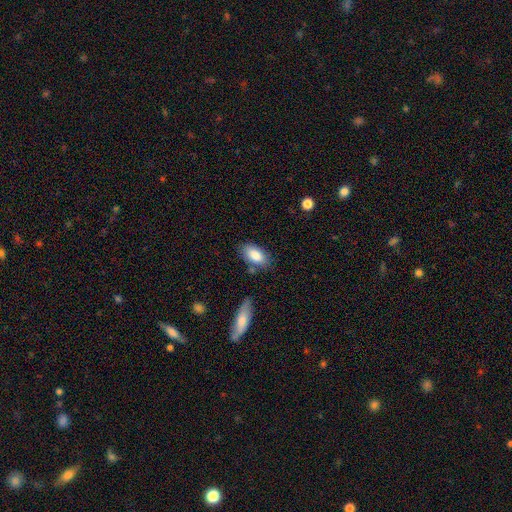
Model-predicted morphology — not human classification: smooth_or_featured: smooth (p=0.85) [alt: featured or disk p=0.09]
how_rounded: in between (p=0.93) [alt: round p=0.04]
merging: none (p=0.75) [alt: minor disturbance p=0.16]